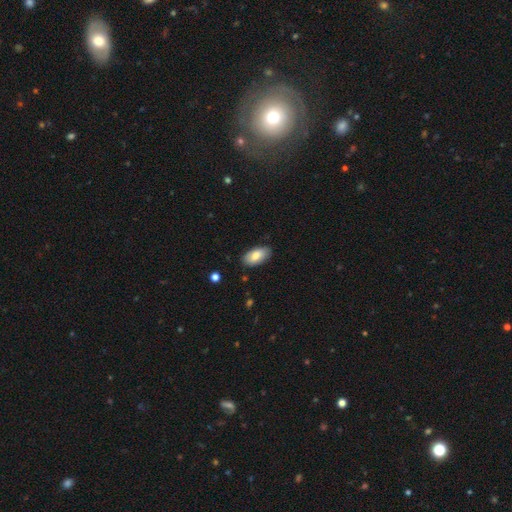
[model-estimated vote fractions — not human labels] Morphology: type=smooth (79%); roundness=in between (94%); merging=none (85%).